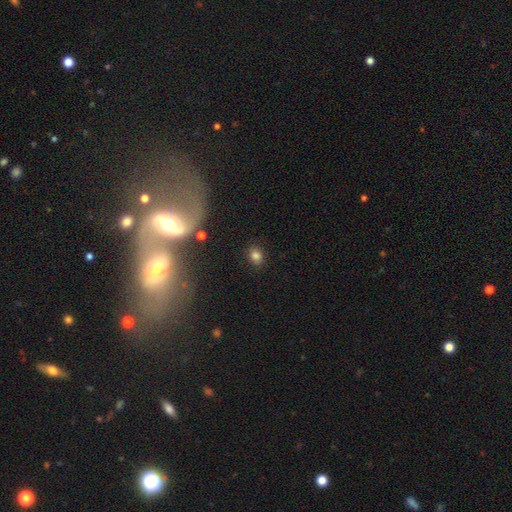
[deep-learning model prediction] This is likely a smooth galaxy (80%). How rounded: possibly in between (50%). Merging: clearly none (84%).